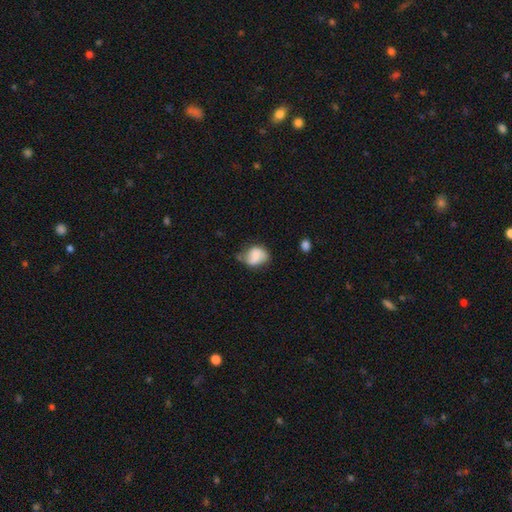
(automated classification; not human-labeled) Smooth or featured?
  - smooth: 64% *
  - featured or disk: 27%
  - star or artifact: 9%
How rounded?
  - in between: 55% *
  - round: 44%
  - cigar-shaped: 1%
Merging?
  - none: 46% *
  - minor disturbance: 36%
  - major disturbance: 13%
  - merger: 6%